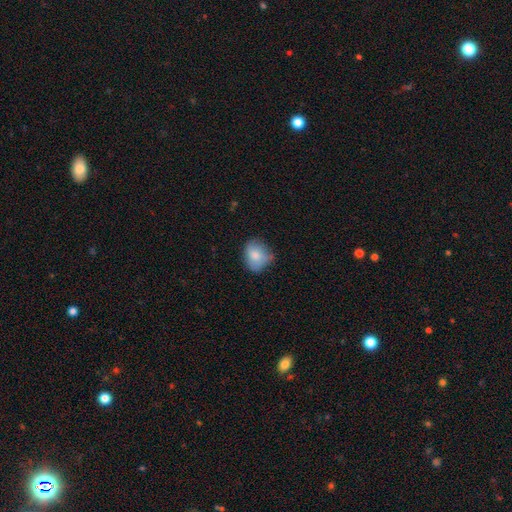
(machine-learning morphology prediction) Smooth or featured: smooth — 78% (featured or disk — 14%)
How rounded: round — 53% (in between — 46%)
Merging: none — 53% (minor disturbance — 35%)